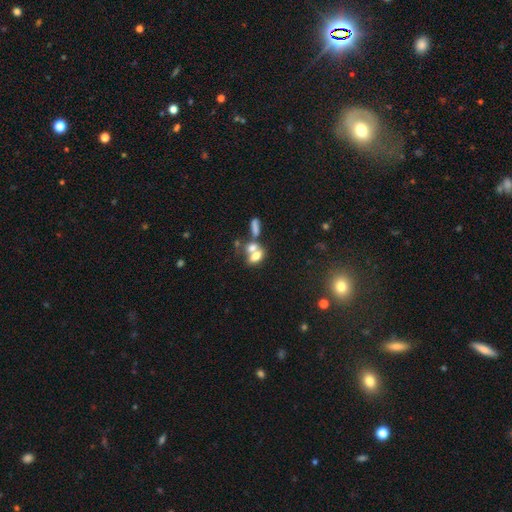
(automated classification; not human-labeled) Smooth or featured?
  - smooth: 65% *
  - featured or disk: 23%
  - star or artifact: 12%
How rounded?
  - in between: 78% *
  - round: 17%
  - cigar-shaped: 6%
Merging?
  - merger: 56% *
  - none: 28%
  - minor disturbance: 9%
  - major disturbance: 7%